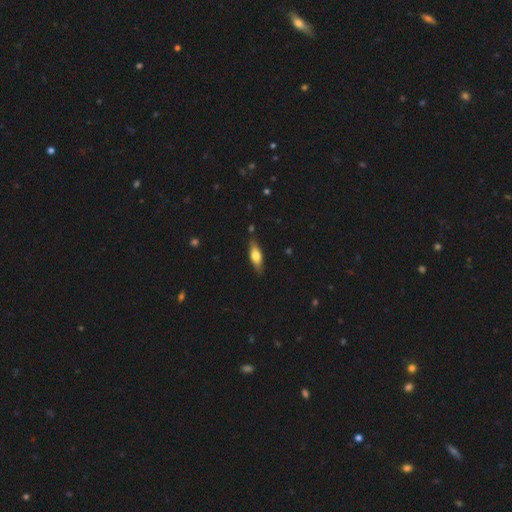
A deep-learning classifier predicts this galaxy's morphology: Q: Smooth or featured?
A: smooth (58%); runner-up: featured or disk (36%)
Q: How rounded?
A: in between (55%); runner-up: cigar-shaped (43%)
Q: Merging?
A: none (83%); runner-up: minor disturbance (13%)